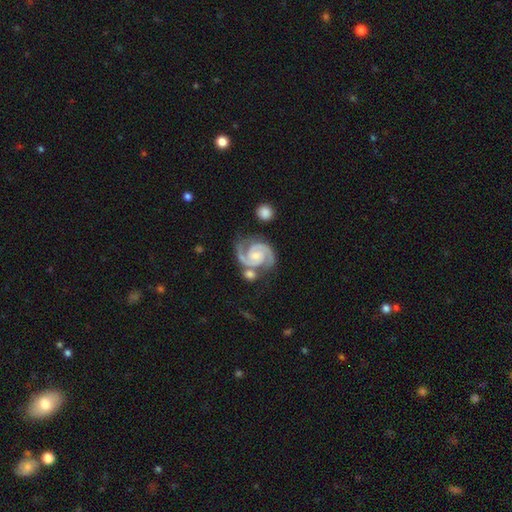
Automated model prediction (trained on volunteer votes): Smooth or featured? featured or disk (93%)
Edge-on disk? no (98%)
Bar? no (61%)
Spiral arms? yes (99%)
Spiral winding? tight (54%)
Spiral arm count? 2 (93%)
Bulge size? small (55%)
Merging? none (68%)